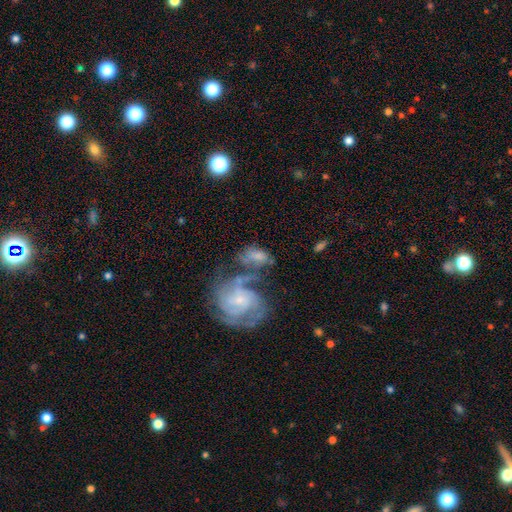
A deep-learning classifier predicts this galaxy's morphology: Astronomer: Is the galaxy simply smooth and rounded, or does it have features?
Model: featured or disk — 59%.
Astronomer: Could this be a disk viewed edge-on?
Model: no — 97%.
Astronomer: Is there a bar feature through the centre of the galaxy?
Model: no — 57% (runner-up: weak, 33%).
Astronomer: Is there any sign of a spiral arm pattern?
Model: yes — 79%.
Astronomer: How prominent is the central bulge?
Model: small — 52%.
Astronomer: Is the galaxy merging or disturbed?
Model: merger — 43% (runner-up: none, 25%).